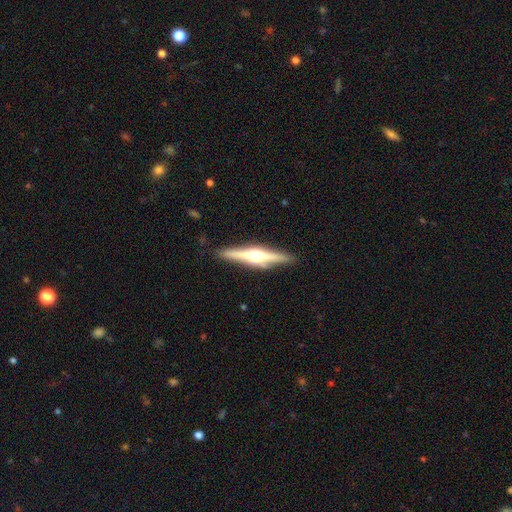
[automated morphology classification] Q: Smooth or featured?
A: featured or disk (76%); runner-up: smooth (19%)
Q: Edge-on disk?
A: yes (97%); runner-up: no (3%)
Q: Edge-on bulge?
A: rounded (93%); runner-up: boxy (5%)
Q: Merging?
A: none (89%); runner-up: minor disturbance (8%)